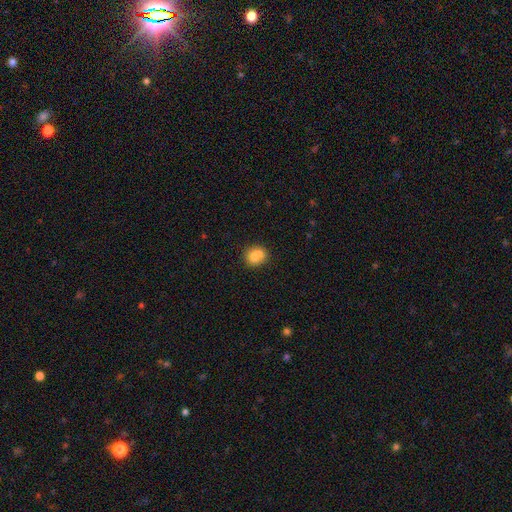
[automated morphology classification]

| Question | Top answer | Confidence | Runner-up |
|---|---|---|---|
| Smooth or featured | smooth | 78% | featured or disk (12%) |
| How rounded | round | 61% | in between (38%) |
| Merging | none | 53% | merger (27%) |